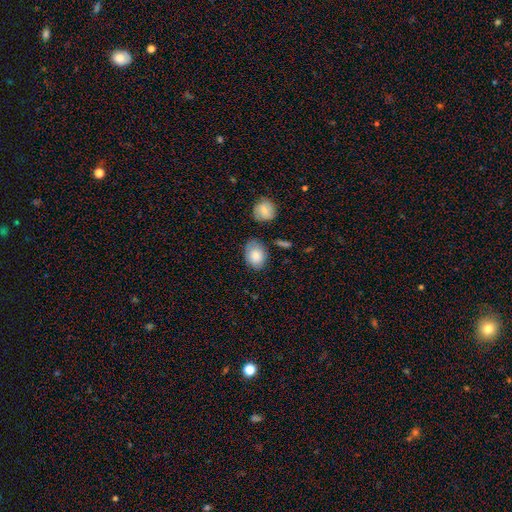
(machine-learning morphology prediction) Smooth or featured: smooth — 80% (featured or disk — 13%)
How rounded: in between — 68% (round — 31%)
Merging: none — 65% (minor disturbance — 23%)